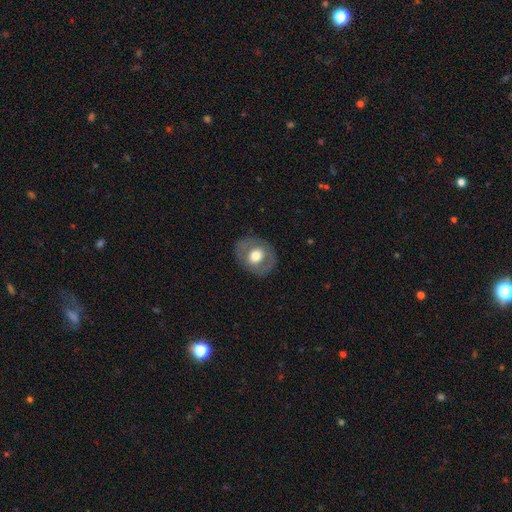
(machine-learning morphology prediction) This appears to be a smooth galaxy with no disk features (55%) that is round (60%). Merging: none (82%).